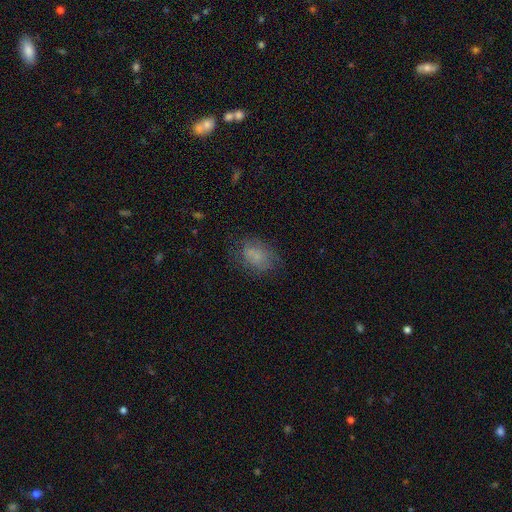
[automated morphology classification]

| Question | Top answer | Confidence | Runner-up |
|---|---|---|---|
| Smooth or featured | smooth | 70% | featured or disk (18%) |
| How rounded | in between | 73% | round (26%) |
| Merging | none | 63% | minor disturbance (23%) |